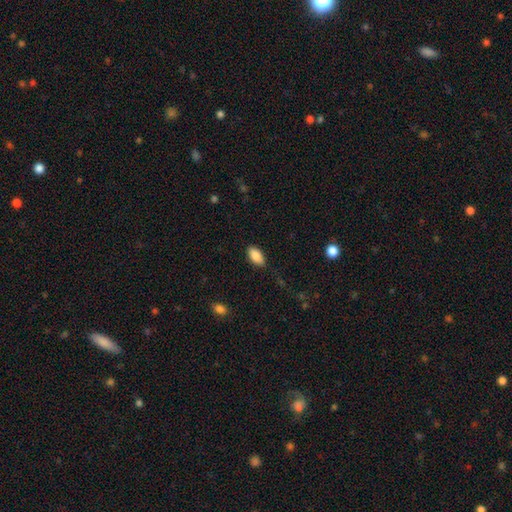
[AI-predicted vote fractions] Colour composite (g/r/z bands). It shows a smooth galaxy with no disk features (87%) that is in between round and cigar-shaped (93%). Merging: none (85%).